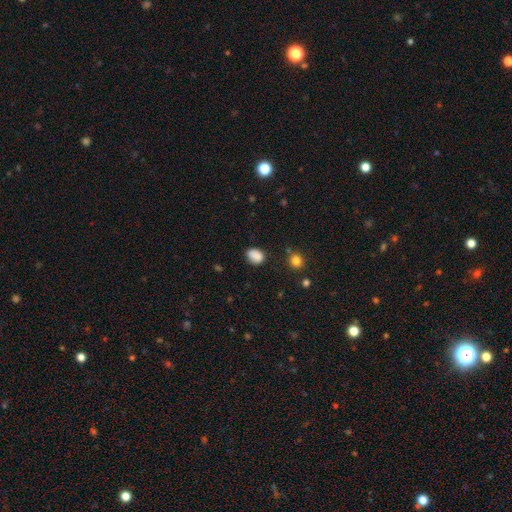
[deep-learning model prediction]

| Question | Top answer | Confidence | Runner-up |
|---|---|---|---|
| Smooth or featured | smooth | 86% | star or artifact (10%) |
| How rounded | in between | 64% | round (35%) |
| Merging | none | 74% | minor disturbance (19%) |